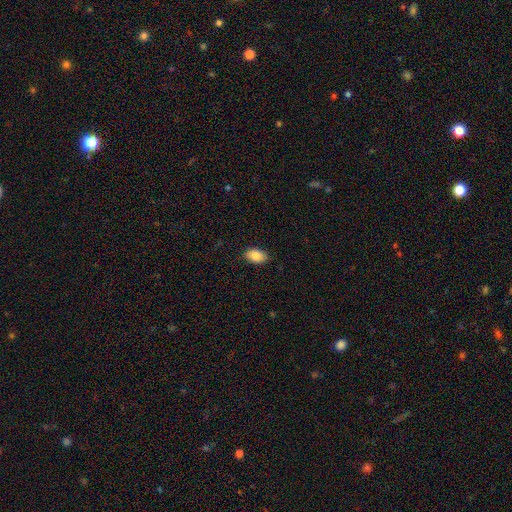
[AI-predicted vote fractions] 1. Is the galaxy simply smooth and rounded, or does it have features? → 86% smooth, 7% star or artifact, 6% featured or disk.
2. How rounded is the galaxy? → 89% in between, 10% round, 1% cigar-shaped.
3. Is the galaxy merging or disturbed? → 86% none, 11% minor disturbance, 2% major disturbance, 1% merger.